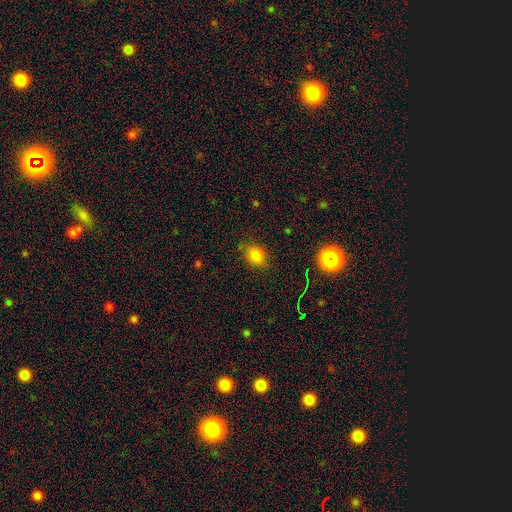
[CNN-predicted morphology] Smooth or featured? smooth (78%)
How rounded? round (50%)
Merging? none (75%)